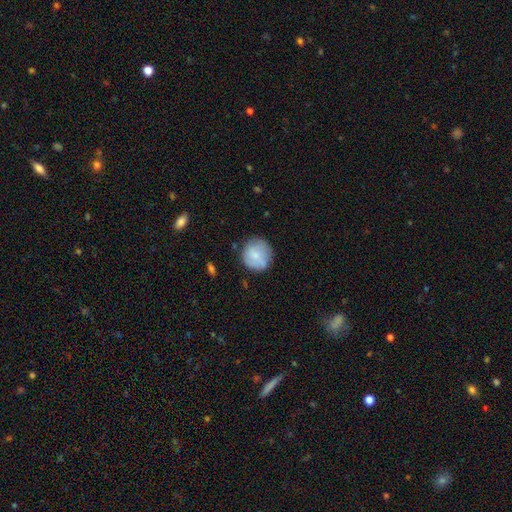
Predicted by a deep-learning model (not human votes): Morphology: type=smooth (77%); roundness=round (92%); merging=none (76%).